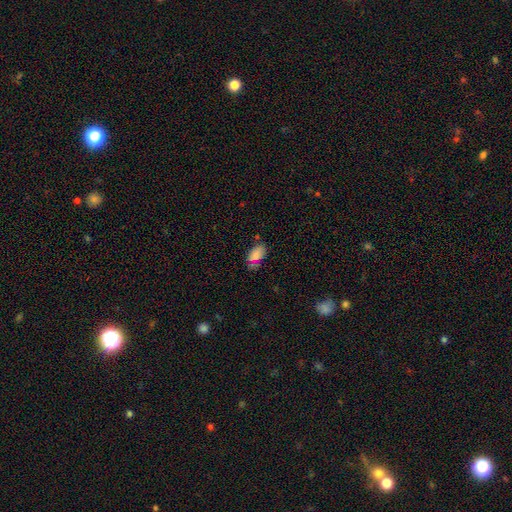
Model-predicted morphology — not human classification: Overall: smooth (80%). How rounded: in between (92%). Merging: none (62%; minor disturbance 23%).